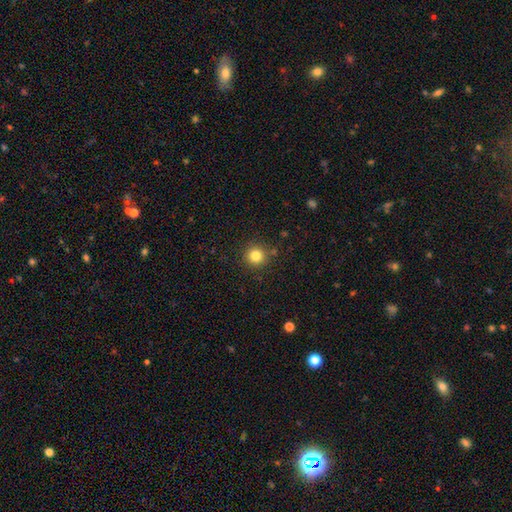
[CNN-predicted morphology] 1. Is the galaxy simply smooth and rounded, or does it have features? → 82% smooth, 13% star or artifact, 5% featured or disk.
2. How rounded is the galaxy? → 95% round, 4% in between, 1% cigar-shaped.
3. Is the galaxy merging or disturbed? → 89% none, 7% minor disturbance, 2% major disturbance, 2% merger.